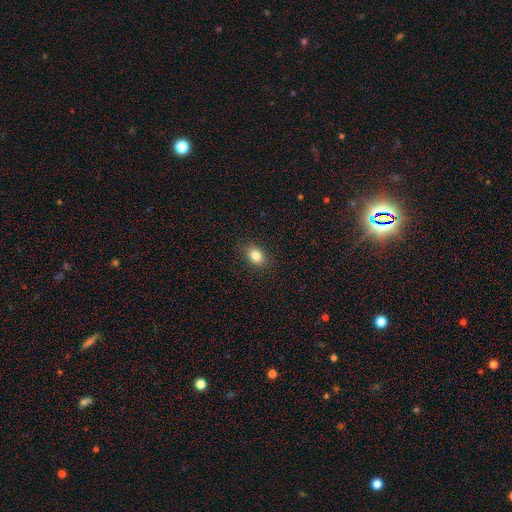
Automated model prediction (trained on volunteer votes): Smooth or featured?
  - smooth: 84% *
  - star or artifact: 10%
  - featured or disk: 7%
How rounded?
  - in between: 71% *
  - round: 28%
  - cigar-shaped: 1%
Merging?
  - none: 87% *
  - minor disturbance: 9%
  - major disturbance: 2%
  - merger: 1%